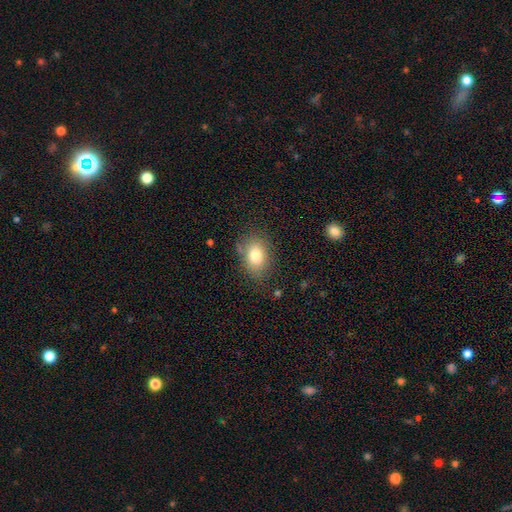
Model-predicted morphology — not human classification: Smooth or featured: smooth — 79% (featured or disk — 11%)
How rounded: in between — 78% (round — 21%)
Merging: none — 77% (minor disturbance — 16%)